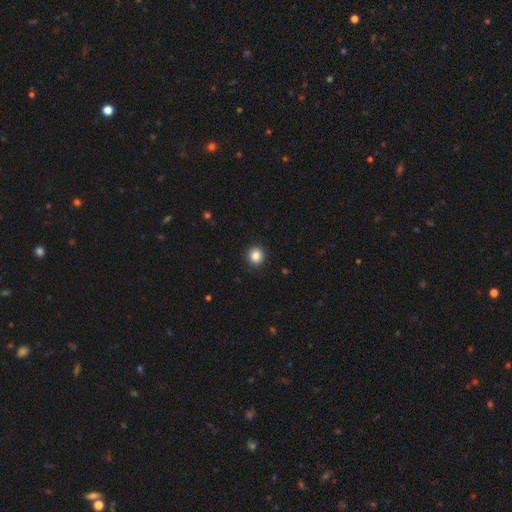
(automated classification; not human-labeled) A smooth galaxy with no disk features (85%) that is round (91%).

Vote fractions:
- Smooth or featured? smooth: 85% / star or artifact: 10% / featured or disk: 4%
- How rounded? round: 91% / in between: 8% / cigar-shaped: 1%
- Merging? none: 92% / minor disturbance: 5% / major disturbance: 2% / merger: 1%